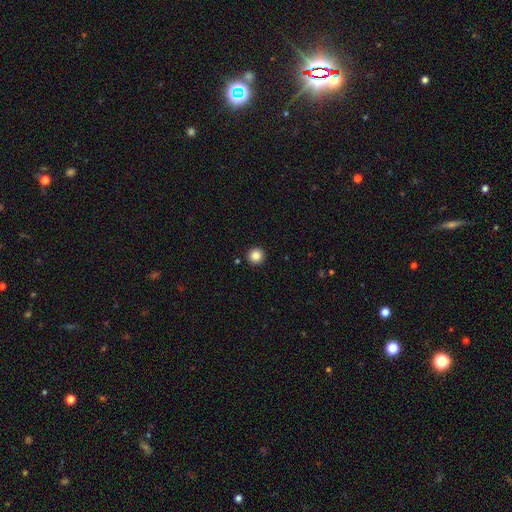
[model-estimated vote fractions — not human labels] Smooth or featured? Predicted: smooth (p=0.85). How rounded? Predicted: round (p=0.95). Merging? Predicted: none (p=0.92).